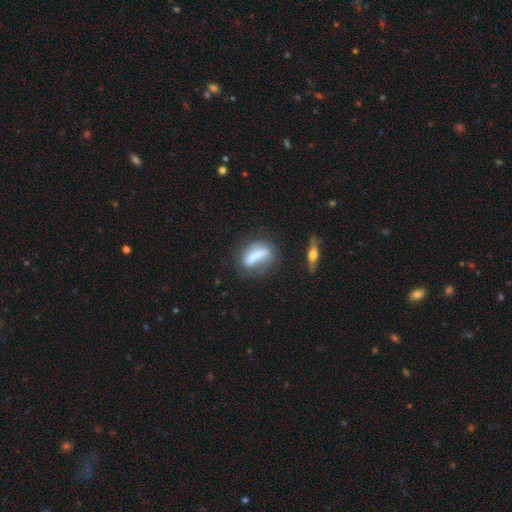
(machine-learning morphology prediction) Smooth or featured?
  - smooth: 56% *
  - featured or disk: 36%
  - star or artifact: 9%
How rounded?
  - cigar-shaped: 50% *
  - in between: 43%
  - round: 7%
Merging?
  - none: 53% *
  - minor disturbance: 24%
  - major disturbance: 16%
  - merger: 6%